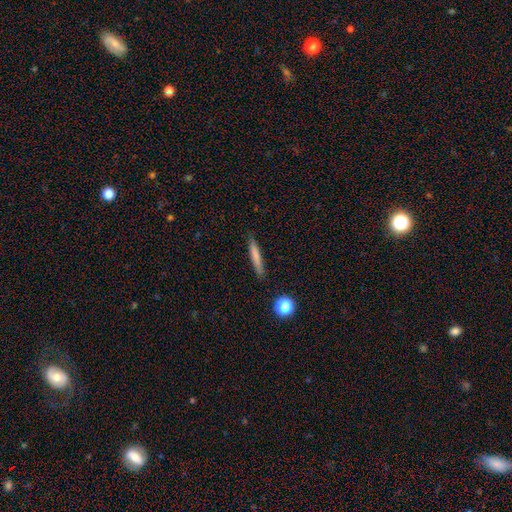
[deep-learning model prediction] Q: Smooth or featured?
A: smooth (73%); runner-up: featured or disk (19%)
Q: How rounded?
A: cigar-shaped (93%); runner-up: in between (5%)
Q: Merging?
A: none (86%); runner-up: minor disturbance (10%)